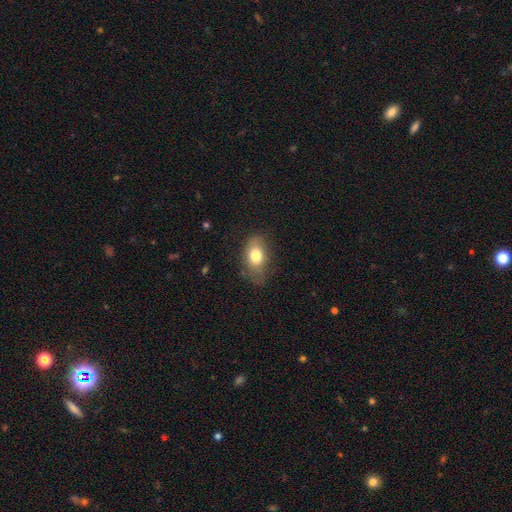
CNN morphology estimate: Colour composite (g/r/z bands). It shows a smooth galaxy with no disk features (76%) that is in between round and cigar-shaped (83%). Merging: none (55%).